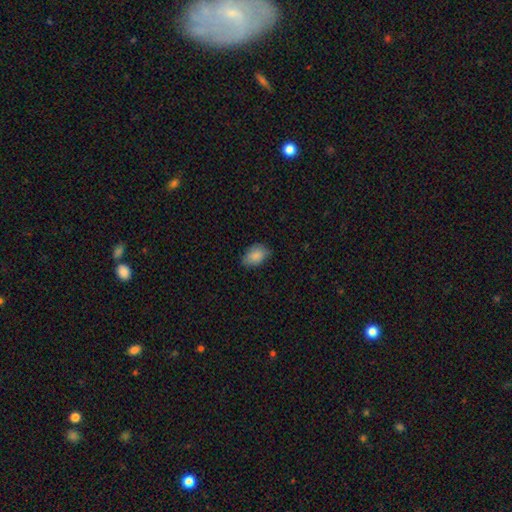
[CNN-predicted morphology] smooth 86%, star or artifact 7%, featured or disk 7%. Down the decision tree: how rounded — in between (87%); merging — none (76%).